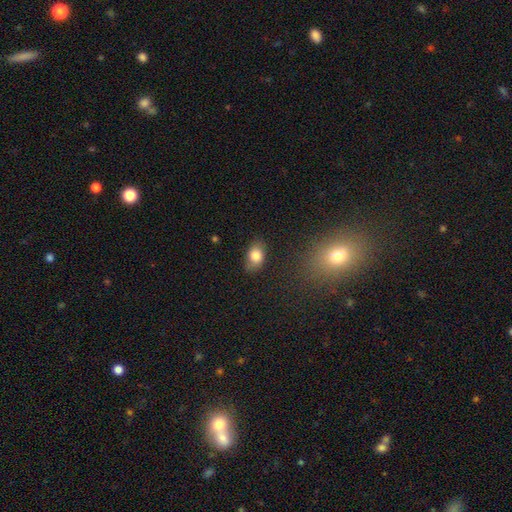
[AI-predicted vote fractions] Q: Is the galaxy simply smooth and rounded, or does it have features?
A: smooth — 81%.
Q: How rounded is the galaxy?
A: in between — 83%.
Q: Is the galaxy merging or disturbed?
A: none — 78%.